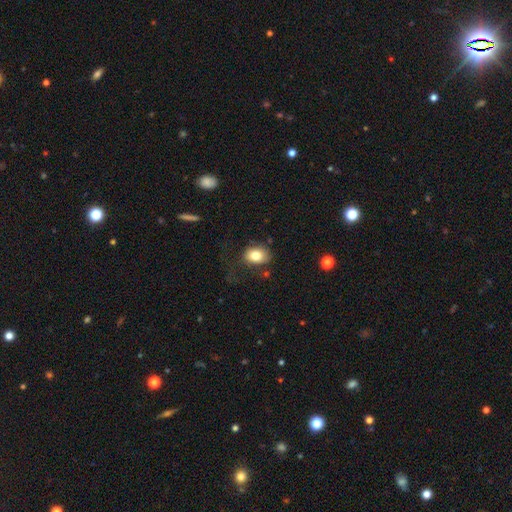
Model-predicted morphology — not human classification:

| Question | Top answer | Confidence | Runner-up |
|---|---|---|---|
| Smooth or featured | smooth | 80% | featured or disk (11%) |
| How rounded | in between | 63% | round (36%) |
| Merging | none | 64% | minor disturbance (21%) |